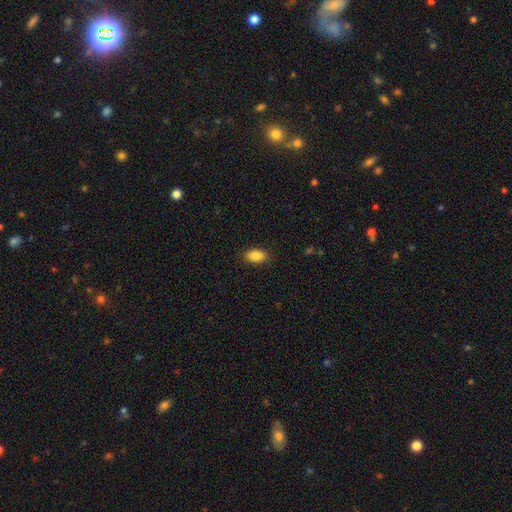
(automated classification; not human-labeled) The model was most divided on "merging": none: 88%, minor disturbance: 9%, major disturbance: 2%, merger: 1%. More confident: how rounded — in between (91%); smooth or featured — smooth (88%).